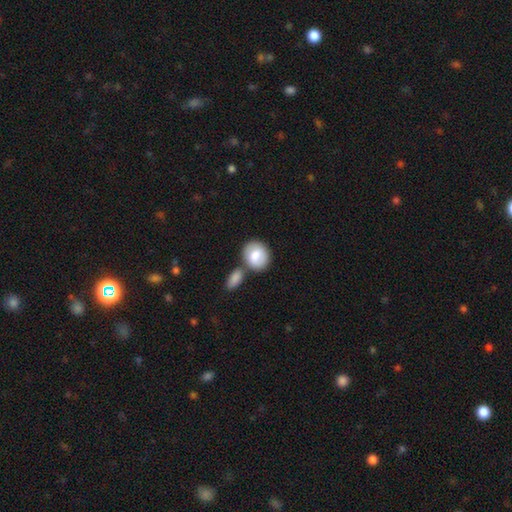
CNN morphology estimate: smooth_or_featured: smooth (p=0.78) [alt: featured or disk p=0.17]
how_rounded: round (p=0.58) [alt: in between p=0.41]
merging: none (p=0.49) [alt: merger p=0.35]